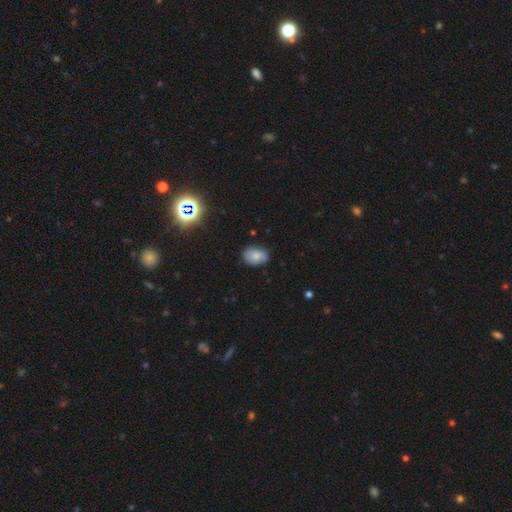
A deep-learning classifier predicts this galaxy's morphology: The model was most divided on "how rounded": in between: 74%, round: 25%, cigar-shaped: 1%. More confident: smooth or featured — smooth (77%); merging — none (75%).